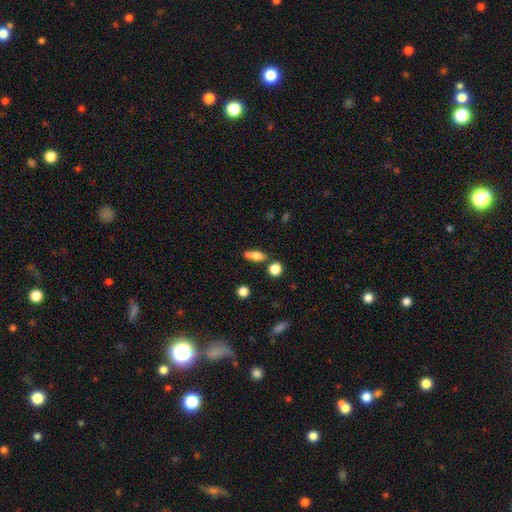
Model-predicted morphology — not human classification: This appears to be a smooth galaxy with no disk features (69%) that is in between round and cigar-shaped (62%). Merging: none (63%).